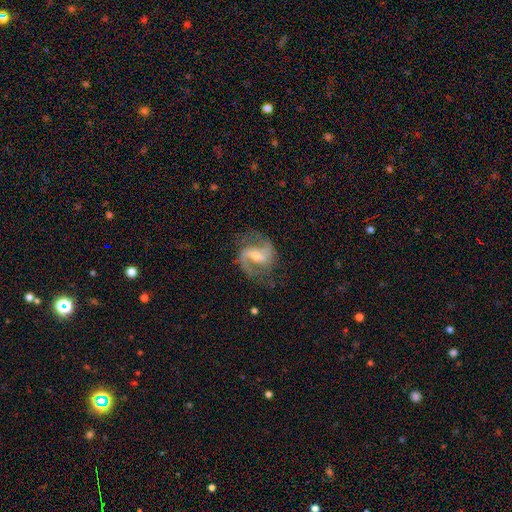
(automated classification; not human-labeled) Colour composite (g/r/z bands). It shows a featured or disk galaxy (89%) with a weak bar (44%), 2 (91%) medium (53%) spiral arms (97%) and a small central bulge (51%). Merging: none (73%).